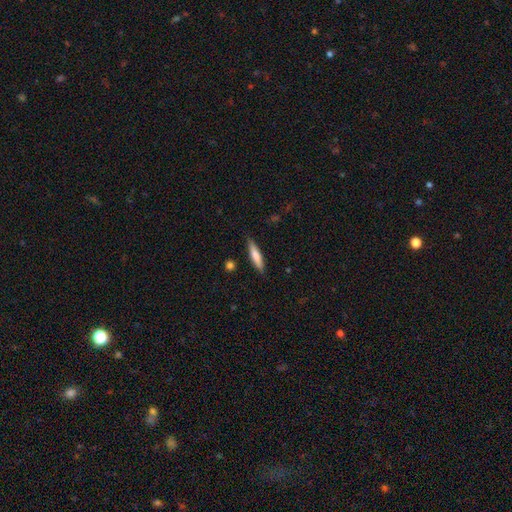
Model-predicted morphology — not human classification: Smooth or featured? smooth (71%)
How rounded? cigar-shaped (84%)
Merging? none (85%)